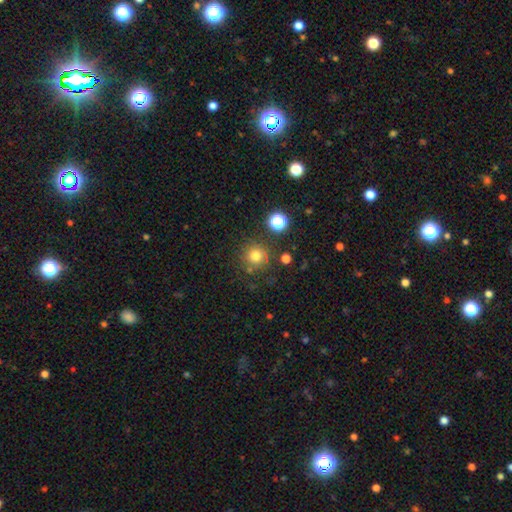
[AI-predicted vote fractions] smooth-or-featured: smooth: 76% | star or artifact: 15% | featured or disk: 8%
  how-rounded: round: 94% | in between: 6% | cigar-shaped: 1%
  merging: none: 79% | minor disturbance: 11% | merger: 6% | major disturbance: 4%